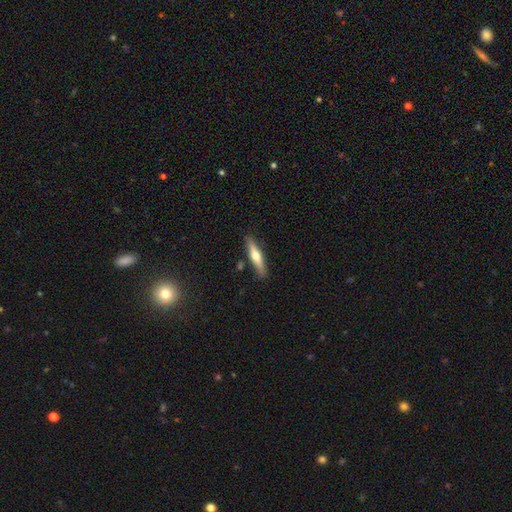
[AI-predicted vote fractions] This is possibly a featured or disk galaxy (51%). It is clearly viewed edge-on (94%). Merging: clearly none (86%).